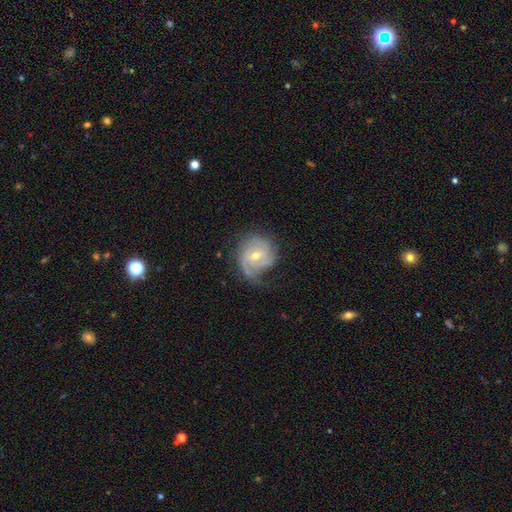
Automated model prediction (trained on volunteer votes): This is likely a featured or disk galaxy (78%). It is clearly not viewed edge-on (97%). Bar: possibly no (53%). Spiral arm pattern: clearly yes (92%). Spiral arm count: marginally 2 (33%). Spiral winding: possibly tight (49%). Central bulge: possibly moderate (56%). Merging: possibly none (54%).